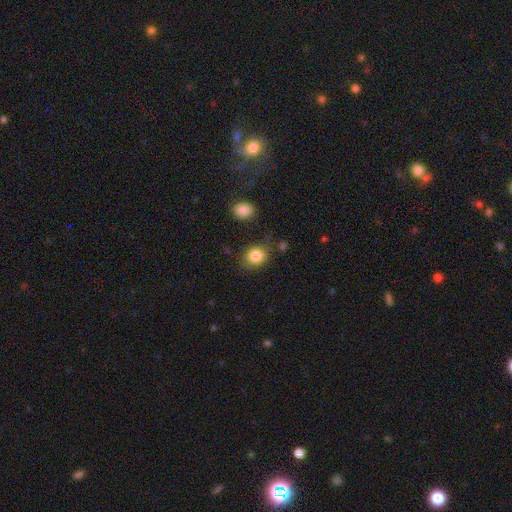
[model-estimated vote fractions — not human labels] This appears to be a smooth galaxy with no disk features (84%) that is round (64%). Merging: none (76%).